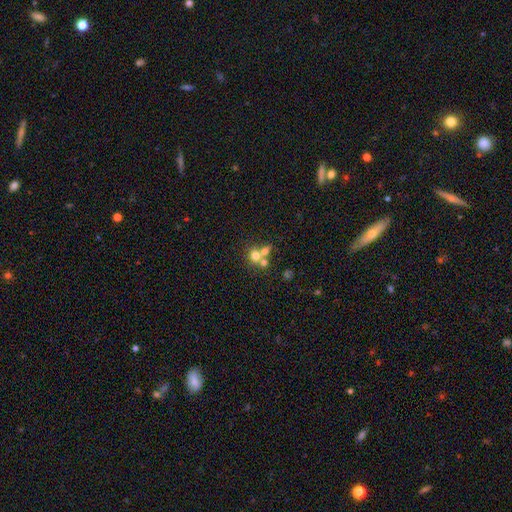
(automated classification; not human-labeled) Morphology: type=smooth (67%); roundness=round (80%); merging=merger (54%).